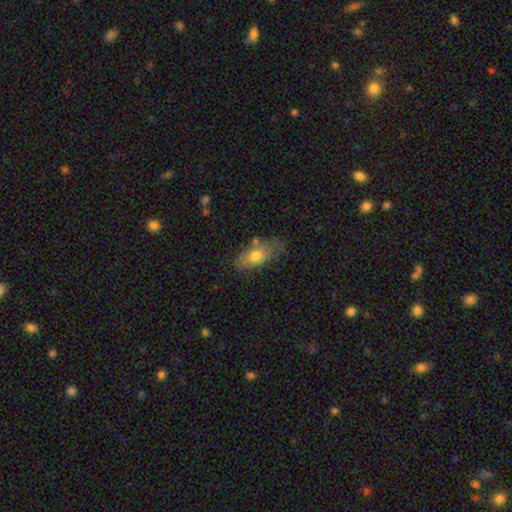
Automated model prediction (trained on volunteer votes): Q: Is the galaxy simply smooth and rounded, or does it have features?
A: smooth — 67%.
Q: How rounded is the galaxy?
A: in between — 85%.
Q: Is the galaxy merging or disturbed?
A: none — 60%.